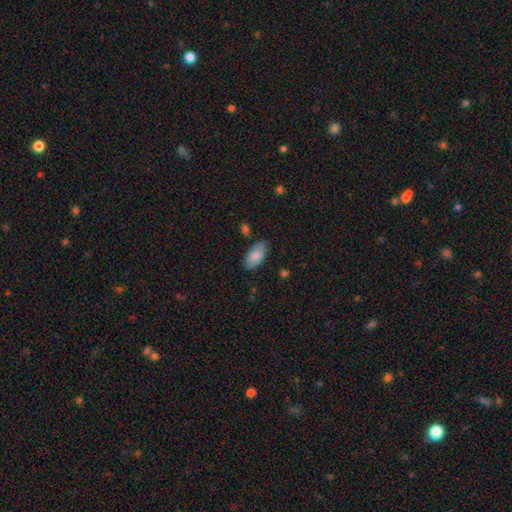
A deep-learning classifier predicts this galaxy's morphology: This appears to be a smooth galaxy with no disk features (85%) that is in between round and cigar-shaped (94%). Merging: none (80%).